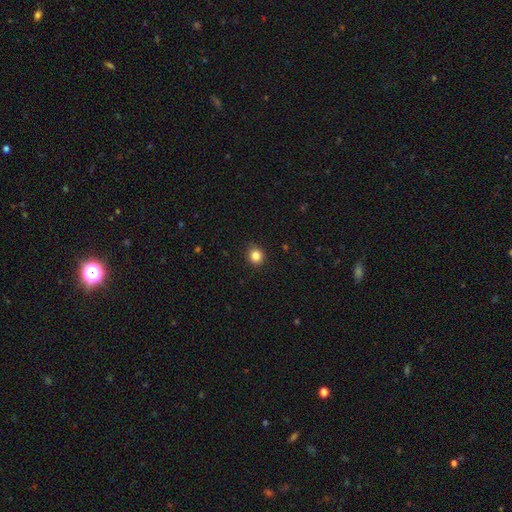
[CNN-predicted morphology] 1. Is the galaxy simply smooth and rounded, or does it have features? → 85% smooth, 11% star or artifact, 4% featured or disk.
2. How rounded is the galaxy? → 86% round, 14% in between, 1% cigar-shaped.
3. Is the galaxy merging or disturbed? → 89% none, 8% minor disturbance, 2% major disturbance, 1% merger.